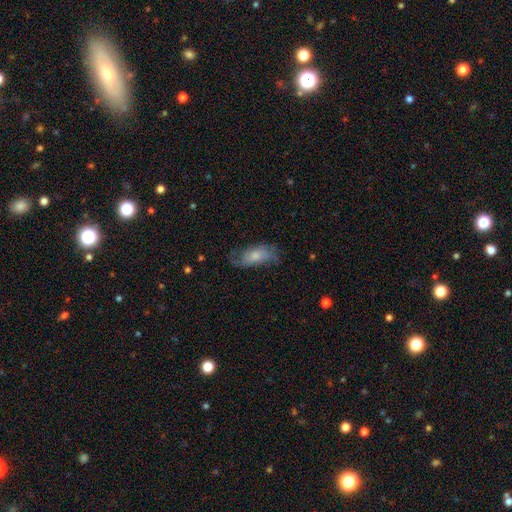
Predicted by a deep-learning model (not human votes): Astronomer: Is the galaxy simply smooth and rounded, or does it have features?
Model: smooth — 61%.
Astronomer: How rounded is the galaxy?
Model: in between — 85%.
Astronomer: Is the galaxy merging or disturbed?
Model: none — 56%.